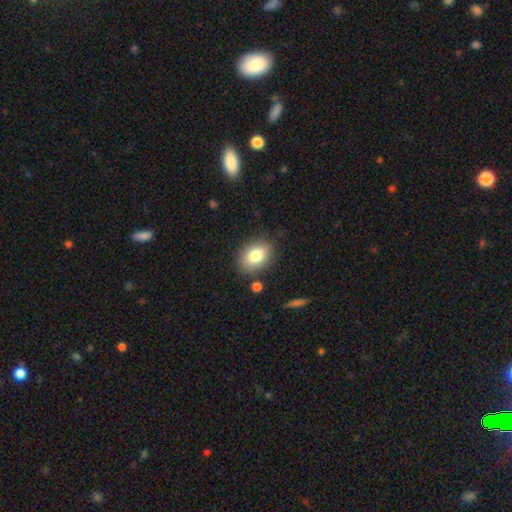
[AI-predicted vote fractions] A smooth galaxy with no disk features (80%) that is in between round and cigar-shaped (73%). Merging: none (83%).